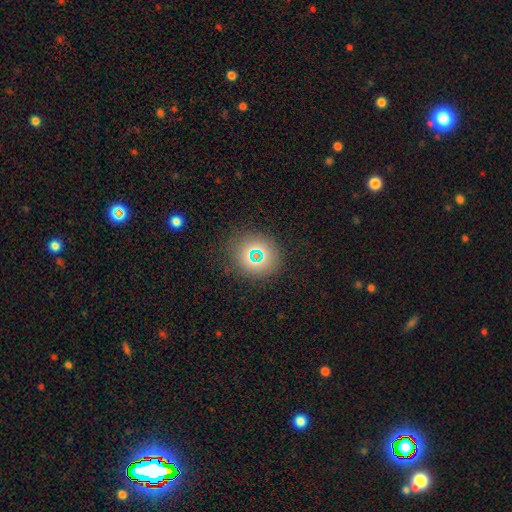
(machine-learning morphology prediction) type=star or artifact (53%).